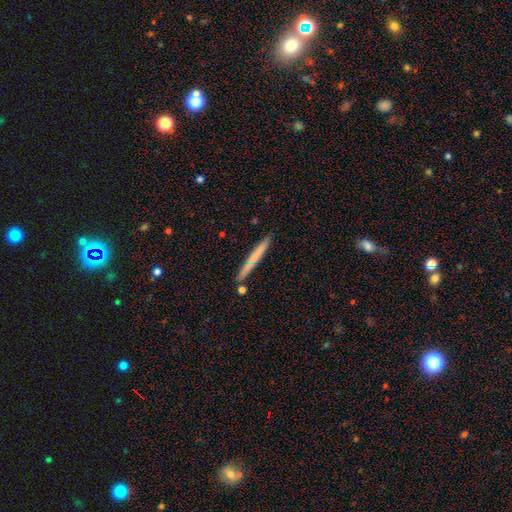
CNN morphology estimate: Smooth or featured? Predicted: smooth (p=0.62). How rounded? Predicted: cigar-shaped (p=0.97). Merging? Predicted: none (p=0.85).